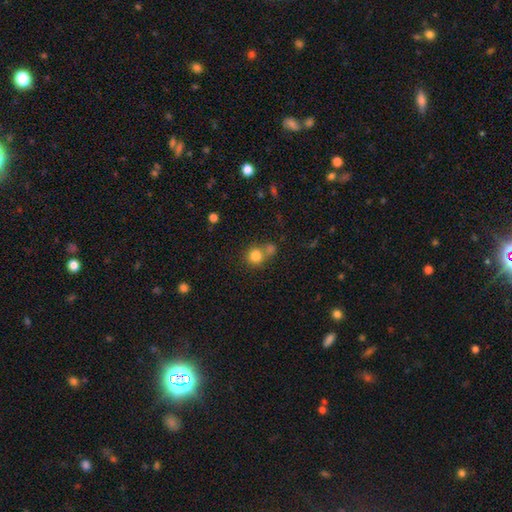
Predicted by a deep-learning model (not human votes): Q: Smooth or featured?
A: smooth (82%); runner-up: star or artifact (11%)
Q: How rounded?
A: round (89%); runner-up: in between (10%)
Q: Merging?
A: none (57%); runner-up: merger (31%)